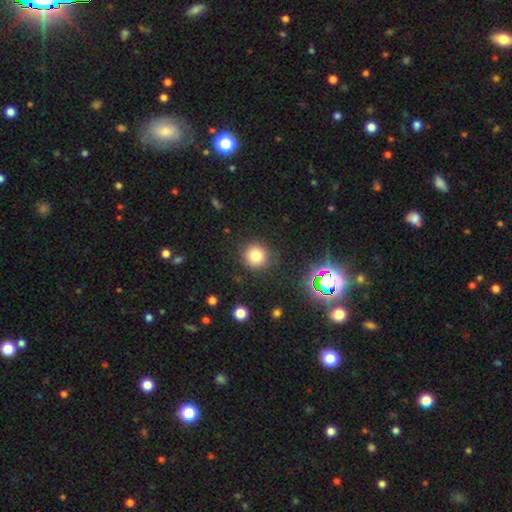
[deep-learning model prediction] Smooth or featured? Predicted: smooth (p=0.78). How rounded? Predicted: round (p=0.92). Merging? Predicted: none (p=0.87).